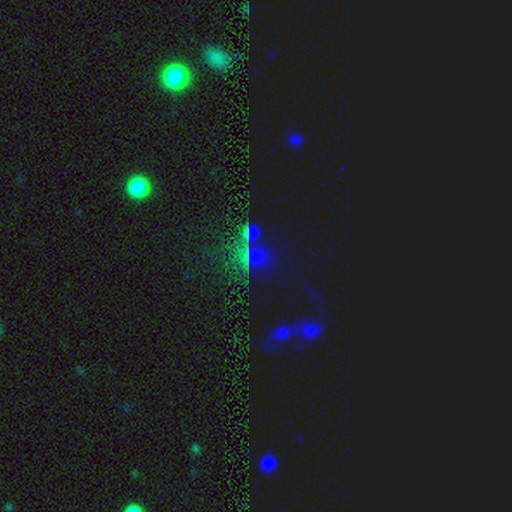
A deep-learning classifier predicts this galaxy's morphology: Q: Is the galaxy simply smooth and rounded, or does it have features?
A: star or artifact — 70%.